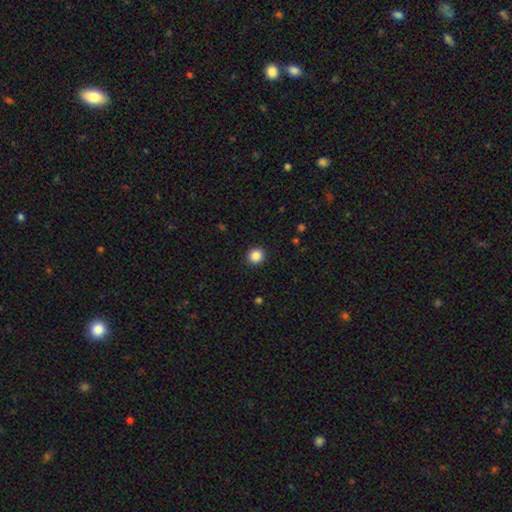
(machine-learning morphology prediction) Smooth or featured? smooth (87%)
How rounded? round (91%)
Merging? none (92%)